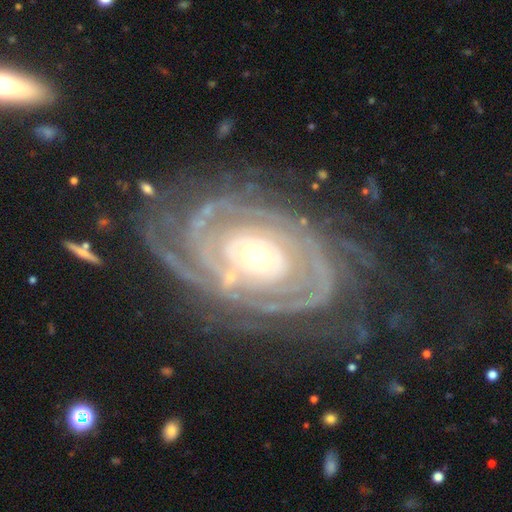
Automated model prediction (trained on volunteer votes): Smooth or featured? featured or disk (90%)
Edge-on disk? no (95%)
Bar? no (74%)
Spiral arms? yes (96%)
Spiral winding? tight (81%)
Spiral arm count? can't tell (28%)
Bulge size? moderate (61%)
Merging? none (70%)